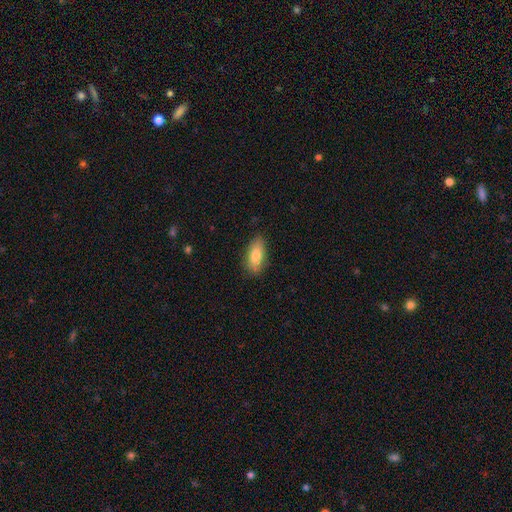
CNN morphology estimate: This is clearly a smooth galaxy (83%). How rounded: likely in between (78%). Merging: clearly none (83%).